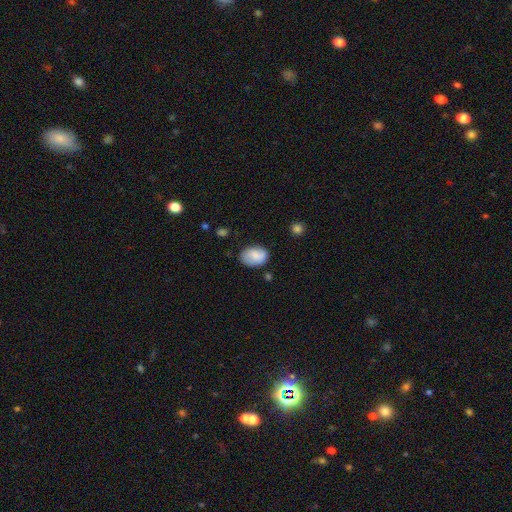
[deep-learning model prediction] Smooth or featured? Predicted: smooth (p=0.79). How rounded? Predicted: in between (p=0.84). Merging? Predicted: none (p=0.71).